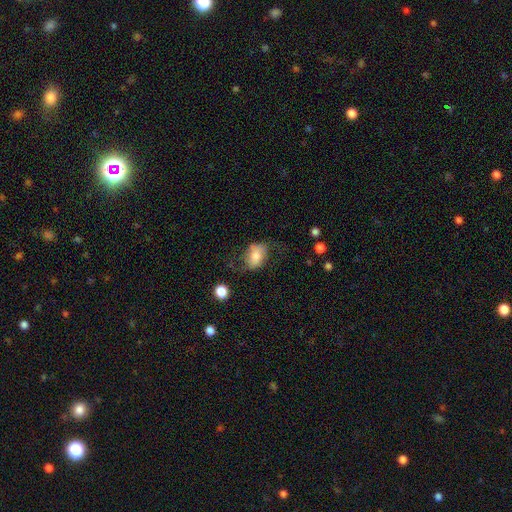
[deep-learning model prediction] This appears to be a smooth galaxy with no disk features (67%) that is in between round and cigar-shaped (80%). Merging: none (50%).